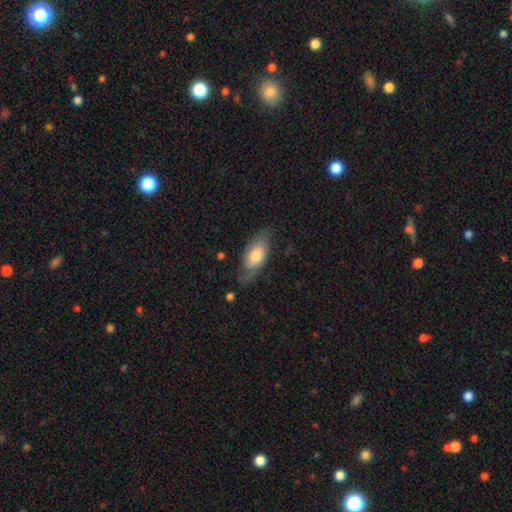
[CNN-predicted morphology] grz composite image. It shows a smooth galaxy with no disk features (52%) that is in between round and cigar-shaped (84%). Merging: none (63%).